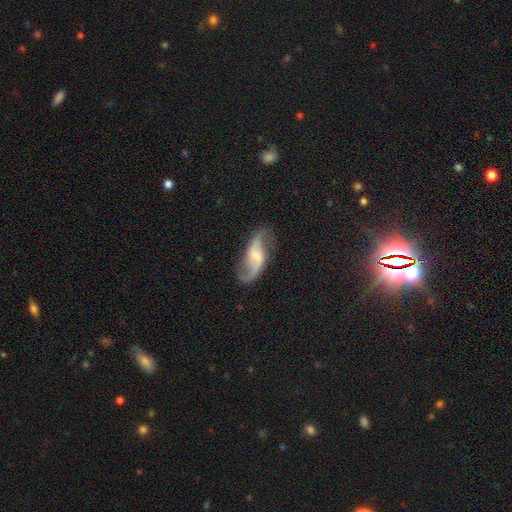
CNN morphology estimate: smooth-or-featured: featured or disk: 85% | smooth: 9% | star or artifact: 6%
  disk-edge-on: no: 96% | yes: 4%
    bar: weak: 51% | no: 27% | strong: 22%
    has-spiral-arms: yes: 96% | no: 4%
      spiral-winding: loose: 78% | medium: 18% | tight: 4%
      spiral-arm-count: 2: 92% | 1: 3% | can't tell: 2% | 3: 1% | 4: 1% | more than 4: 1%
    bulge-size: small: 41% | moderate: 28% | none: 24% | large: 5% | dominant: 1%
  merging: none: 76% | minor disturbance: 14% | major disturbance: 8% | merger: 2%